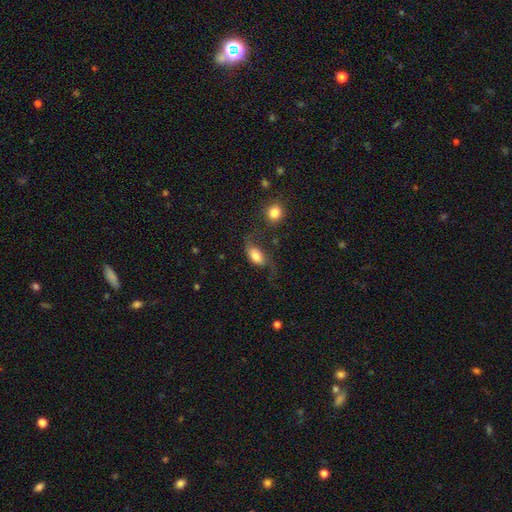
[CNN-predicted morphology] smooth_or_featured: smooth (p=0.63) [alt: featured or disk p=0.28]
how_rounded: in between (p=0.87) [alt: round p=0.09]
merging: none (p=0.40) [alt: major disturbance p=0.30]